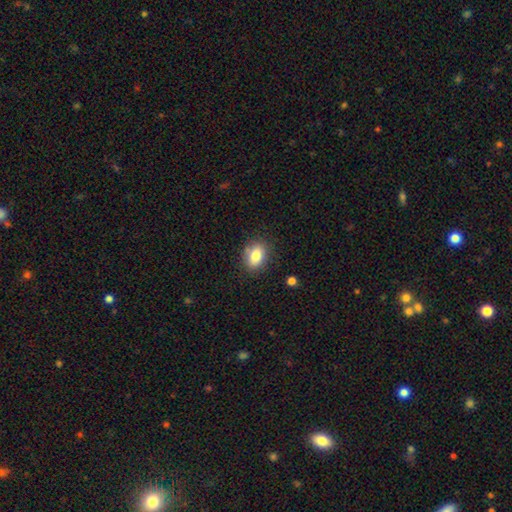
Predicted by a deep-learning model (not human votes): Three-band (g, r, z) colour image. It shows a smooth galaxy with no disk features (82%) that is in between round and cigar-shaped (78%). Merging: none (82%).